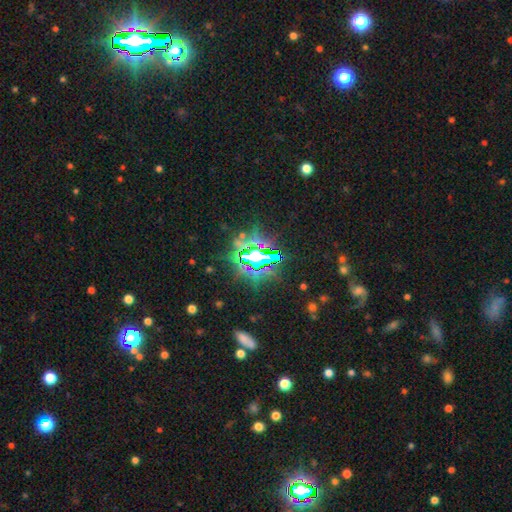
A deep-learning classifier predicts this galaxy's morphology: Smooth or featured? Predicted: star or artifact (p=0.81).